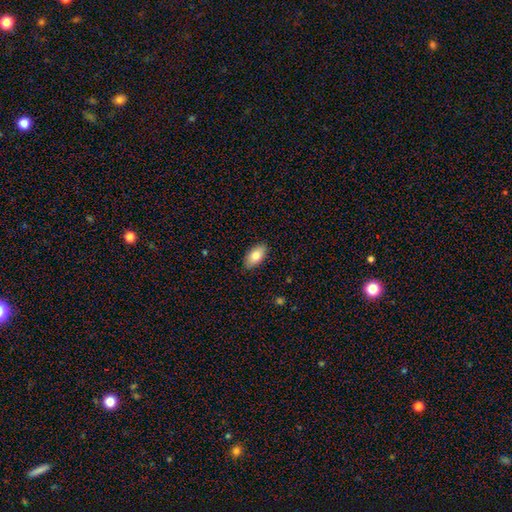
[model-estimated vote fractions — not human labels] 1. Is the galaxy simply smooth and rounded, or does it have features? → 79% smooth, 14% featured or disk, 7% star or artifact.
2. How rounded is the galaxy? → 93% in between, 4% cigar-shaped, 4% round.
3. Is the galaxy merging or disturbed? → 88% none, 9% minor disturbance, 2% major disturbance, 1% merger.